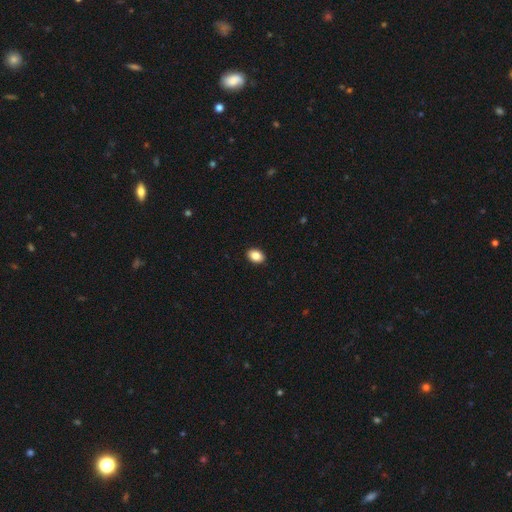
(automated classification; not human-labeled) This is clearly a smooth galaxy (87%). How rounded: clearly in between (80%). Merging: clearly none (91%).